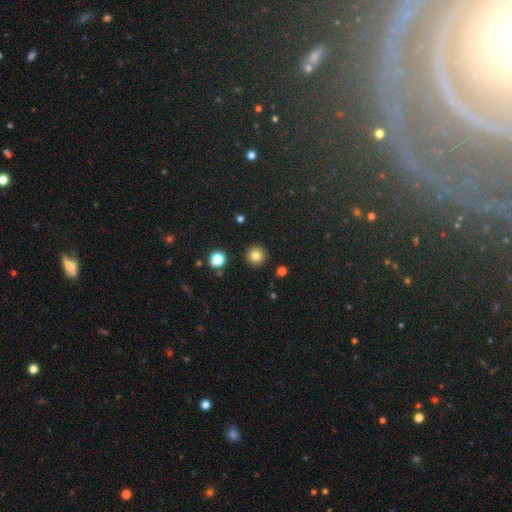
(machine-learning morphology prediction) smooth-or-featured: smooth: 81% | star or artifact: 12% | featured or disk: 7%
  how-rounded: round: 95% | in between: 4% | cigar-shaped: 1%
  merging: none: 92% | minor disturbance: 5% | major disturbance: 2% | merger: 2%